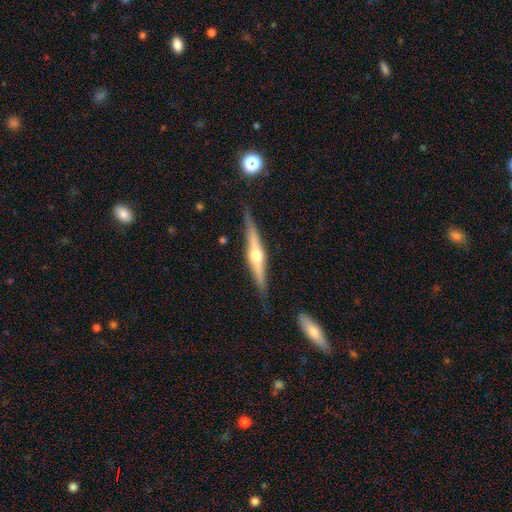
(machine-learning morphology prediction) A featured or disk galaxy (77%) viewed edge-on (98%) with a rounded central bulge (94%).

Vote fractions:
- Smooth or featured? featured or disk: 77% / smooth: 17% / star or artifact: 5%
- Edge-on disk? yes: 98% / no: 2%
- Edge-on bulge? rounded: 94% / boxy: 3% / none: 3%
- Merging? none: 86% / minor disturbance: 10% / major disturbance: 2% / merger: 2%